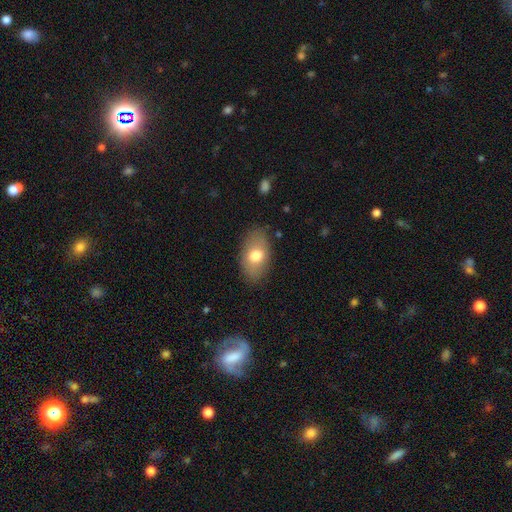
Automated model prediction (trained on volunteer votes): Smooth or featured: smooth — 72% (featured or disk — 21%)
How rounded: in between — 90% (round — 8%)
Merging: none — 82% (minor disturbance — 13%)